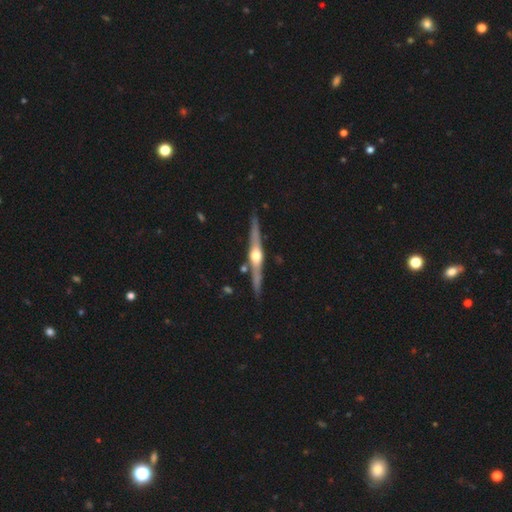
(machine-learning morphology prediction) This is clearly a featured or disk galaxy (80%). It is clearly viewed edge-on (98%). Edge-on bulge: clearly rounded (95%). Merging: clearly none (88%).